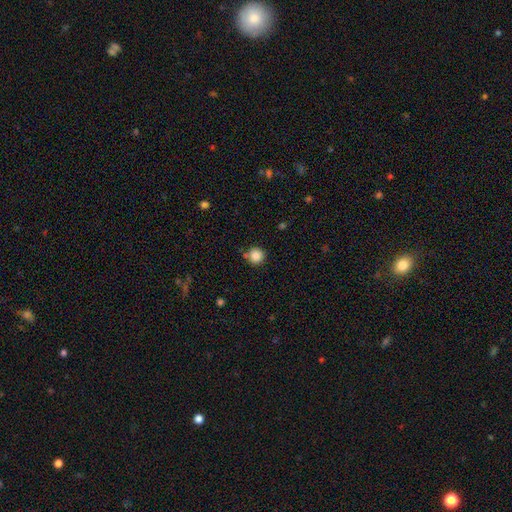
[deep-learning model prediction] Smooth or featured? smooth (85%)
How rounded? round (94%)
Merging? none (74%)